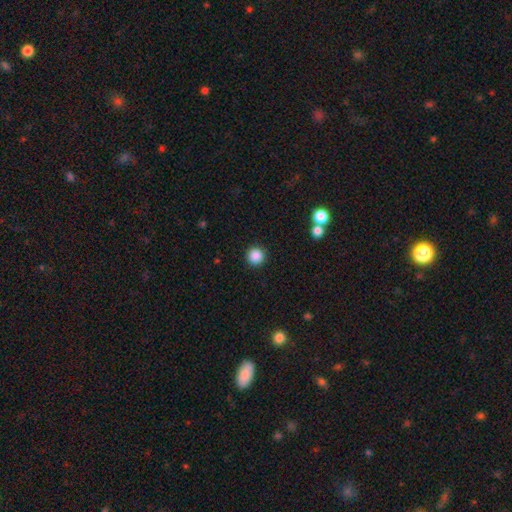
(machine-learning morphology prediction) Smooth or featured?
  - smooth: 87% *
  - star or artifact: 10%
  - featured or disk: 3%
How rounded?
  - round: 95% *
  - in between: 4%
  - cigar-shaped: 1%
Merging?
  - none: 92% *
  - minor disturbance: 5%
  - major disturbance: 2%
  - merger: 2%